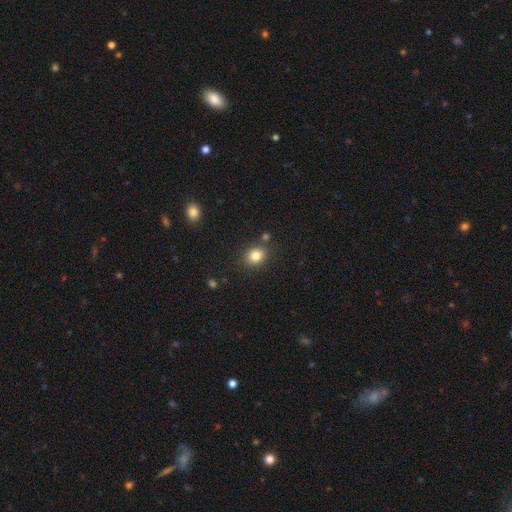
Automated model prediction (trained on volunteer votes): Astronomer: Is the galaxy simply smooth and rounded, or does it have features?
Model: smooth — 82%.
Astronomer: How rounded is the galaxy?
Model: round — 71%.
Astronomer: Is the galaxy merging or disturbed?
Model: none — 80%.